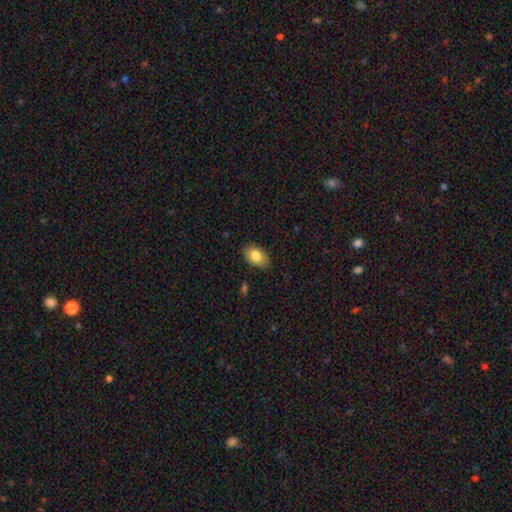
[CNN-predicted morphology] This appears to be a smooth galaxy with no disk features (82%) that is in between round and cigar-shaped (91%). Merging: none (86%).